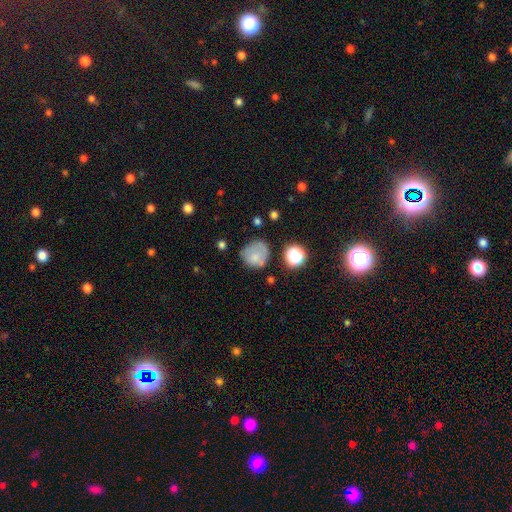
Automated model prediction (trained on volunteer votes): This is likely a smooth galaxy (73%). How rounded: likely round (76%). Merging: possibly none (51%).